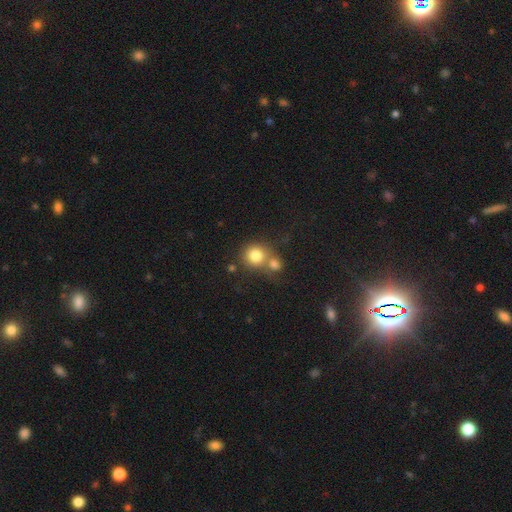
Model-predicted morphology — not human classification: Overall: smooth (80%). How rounded: round (87%). Merging: none (46%; merger 42%).